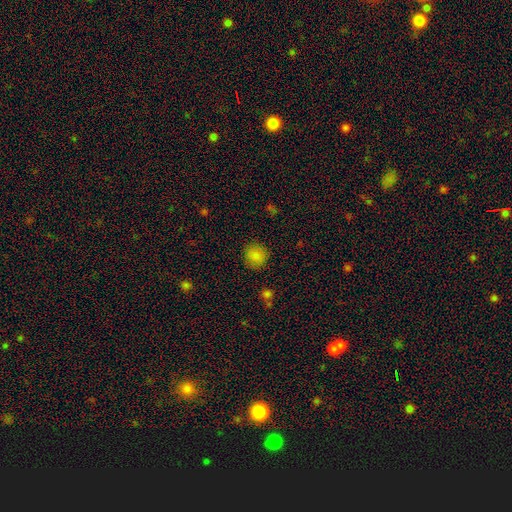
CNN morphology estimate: smooth-or-featured: smooth: 85% | star or artifact: 11% | featured or disk: 4%
  how-rounded: round: 91% | in between: 9% | cigar-shaped: 1%
  merging: none: 88% | minor disturbance: 8% | major disturbance: 2% | merger: 1%